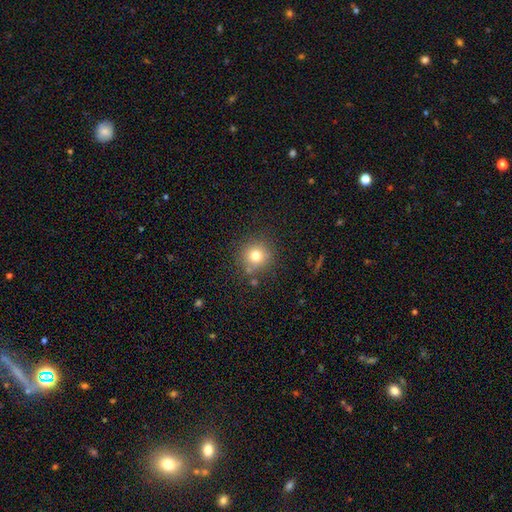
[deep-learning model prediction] Smooth or featured? smooth (76%)
How rounded? round (93%)
Merging? none (82%)